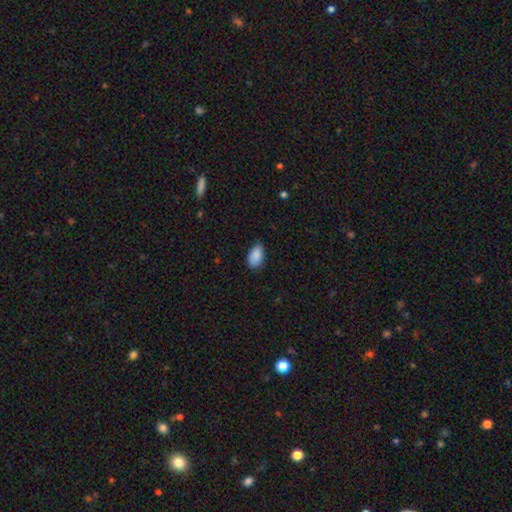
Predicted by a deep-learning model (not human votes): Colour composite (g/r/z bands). It shows a smooth galaxy with no disk features (89%) that is in between round and cigar-shaped (93%). Merging: none (78%).